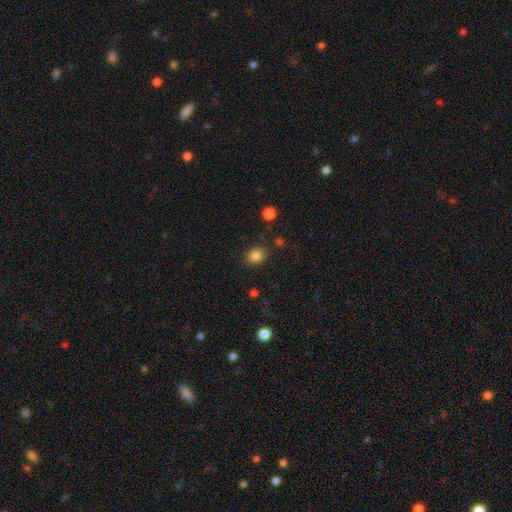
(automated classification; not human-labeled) Smooth or featured? smooth (85%)
How rounded? in between (52%)
Merging? none (84%)